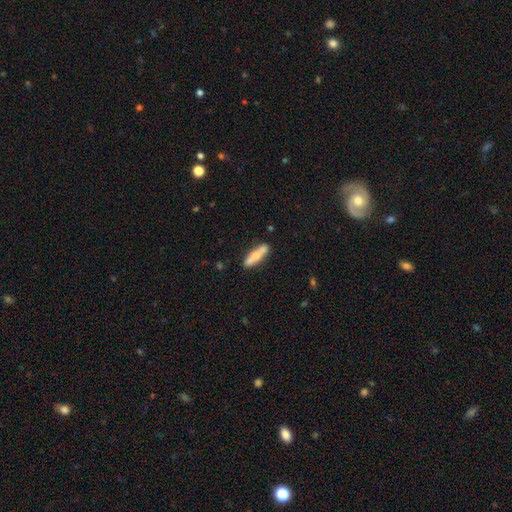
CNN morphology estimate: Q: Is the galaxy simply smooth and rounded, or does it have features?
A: smooth — 58%.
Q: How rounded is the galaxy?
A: cigar-shaped — 71%.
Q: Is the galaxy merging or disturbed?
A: none — 79%.